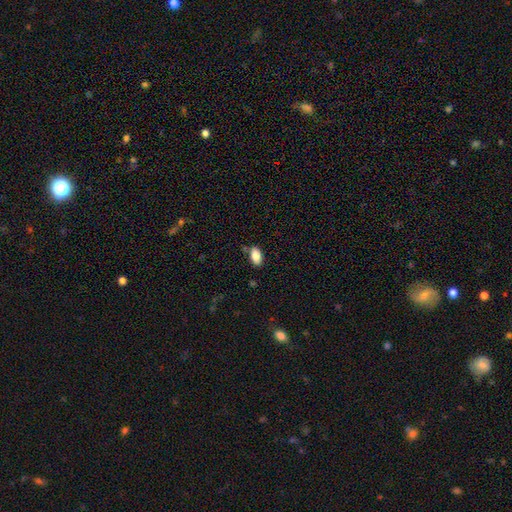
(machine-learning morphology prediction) The model was most divided on "merging": none: 79%, minor disturbance: 13%, merger: 5%, major disturbance: 3%. More confident: how rounded — in between (93%); smooth or featured — smooth (86%).